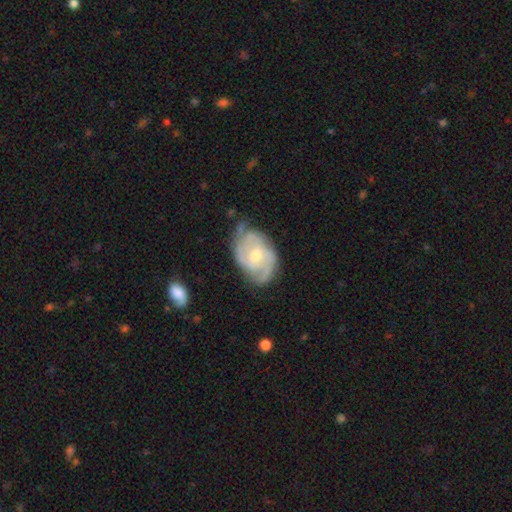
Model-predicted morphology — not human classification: smooth-or-featured: featured or disk: 83% | smooth: 13% | star or artifact: 5%
  disk-edge-on: no: 97% | yes: 3%
    bar: no: 53% | weak: 40% | strong: 7%
    has-spiral-arms: yes: 93% | no: 7%
      spiral-winding: tight: 49% | medium: 40% | loose: 11%
      spiral-arm-count: 2: 44% | can't tell: 22% | 3: 21% | 4: 5% | 1: 4% | more than 4: 3%
    bulge-size: moderate: 58% | small: 37% | large: 3% | none: 1% | dominant: 1%
  merging: none: 62% | minor disturbance: 27% | major disturbance: 9% | merger: 2%